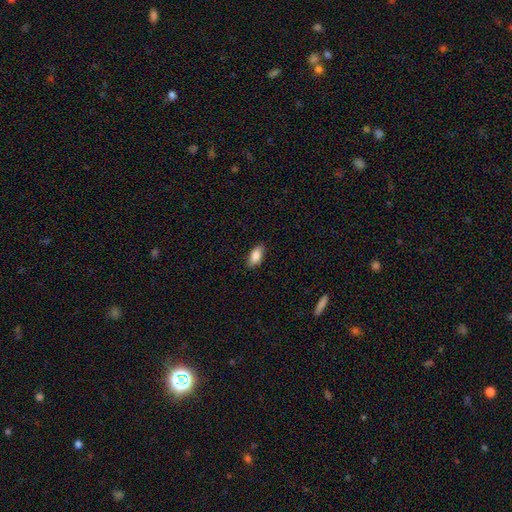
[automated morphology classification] smooth 87%, star or artifact 7%, featured or disk 6%. Down the decision tree: how rounded — in between (90%); merging — none (85%).